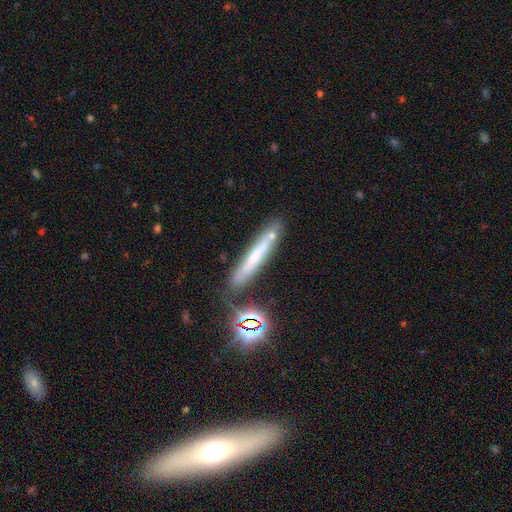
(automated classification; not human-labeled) Q: Smooth or featured?
A: smooth (45%); runner-up: featured or disk (40%)
Q: Merging?
A: none (74%); runner-up: minor disturbance (14%)